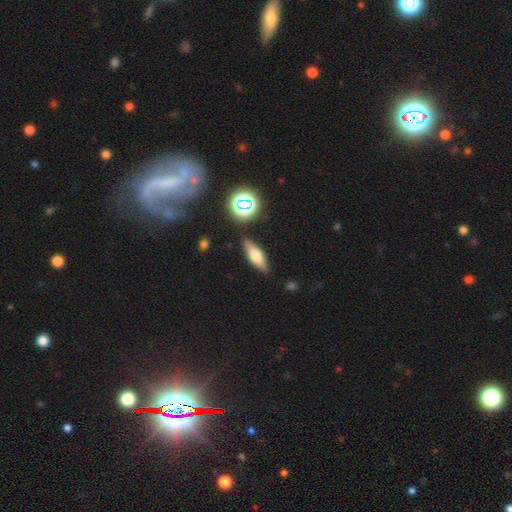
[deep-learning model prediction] A smooth galaxy with no disk features (52%) that is in between round and cigar-shaped (50%).

Vote fractions:
- Smooth or featured? smooth: 52% / featured or disk: 37% / star or artifact: 11%
- How rounded? in between: 50% / cigar-shaped: 45% / round: 4%
- Merging? none: 84% / minor disturbance: 10% / merger: 3% / major disturbance: 3%